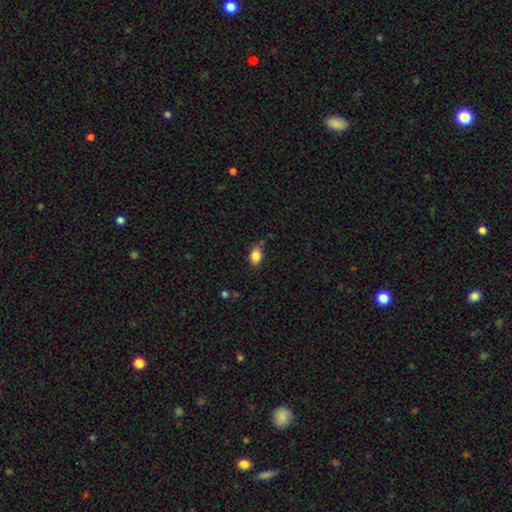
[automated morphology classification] Smooth or featured?
  - smooth: 85% *
  - star or artifact: 9%
  - featured or disk: 6%
How rounded?
  - in between: 81% *
  - round: 17%
  - cigar-shaped: 2%
Merging?
  - none: 69% *
  - minor disturbance: 24%
  - major disturbance: 5%
  - merger: 3%